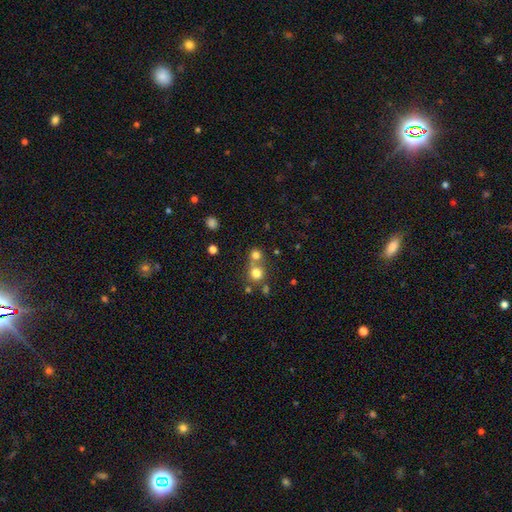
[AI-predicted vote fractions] smooth_or_featured: smooth (p=0.75) [alt: star or artifact p=0.15]
how_rounded: round (p=0.89) [alt: in between p=0.10]
merging: none (p=0.51) [alt: merger p=0.40]